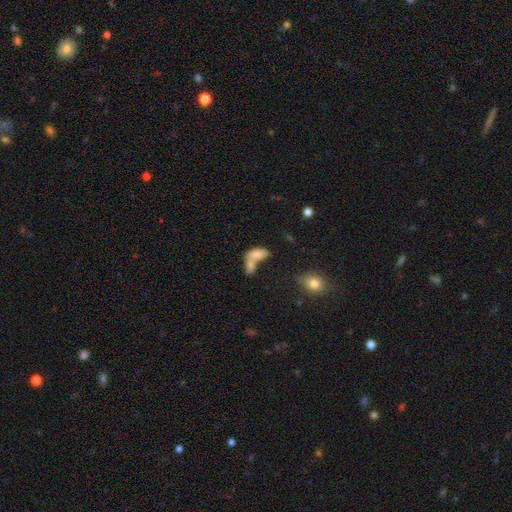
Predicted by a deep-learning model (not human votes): smooth_or_featured: smooth (p=0.76) [alt: featured or disk p=0.14]
how_rounded: in between (p=0.87) [alt: round p=0.07]
merging: merger (p=0.64) [alt: none p=0.21]